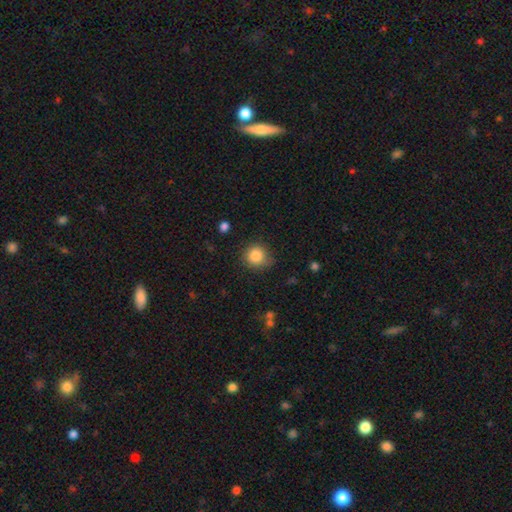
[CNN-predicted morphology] A smooth galaxy with no disk features (85%) that is round (90%).

Vote fractions:
- Smooth or featured? smooth: 85% / star or artifact: 10% / featured or disk: 5%
- How rounded? round: 90% / in between: 9% / cigar-shaped: 1%
- Merging? none: 74% / minor disturbance: 20% / major disturbance: 5% / merger: 2%